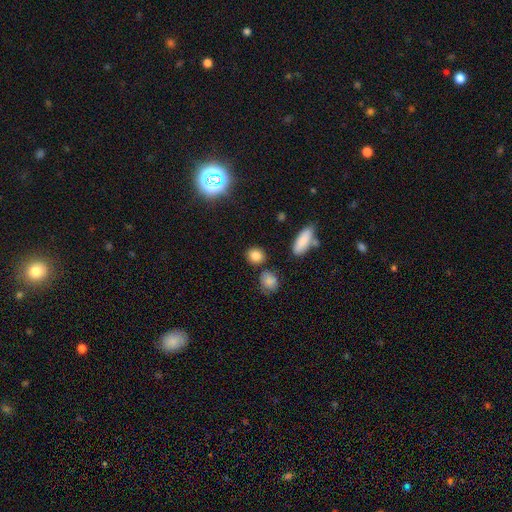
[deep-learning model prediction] Smooth or featured: smooth — 83% (star or artifact — 11%)
How rounded: round — 68% (in between — 30%)
Merging: none — 82% (minor disturbance — 9%)